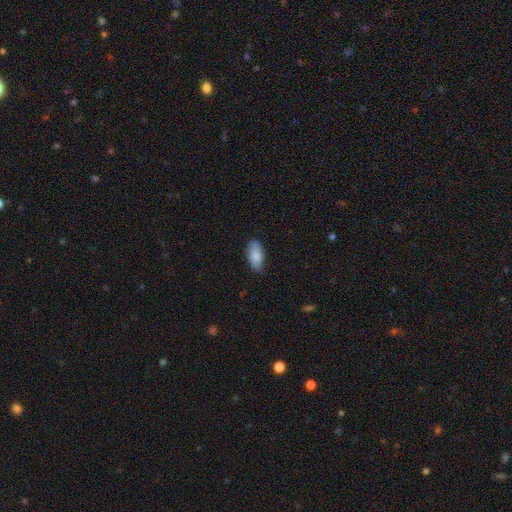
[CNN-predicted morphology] This is clearly a smooth galaxy (82%). How rounded: clearly in between (87%). Merging: likely none (80%).